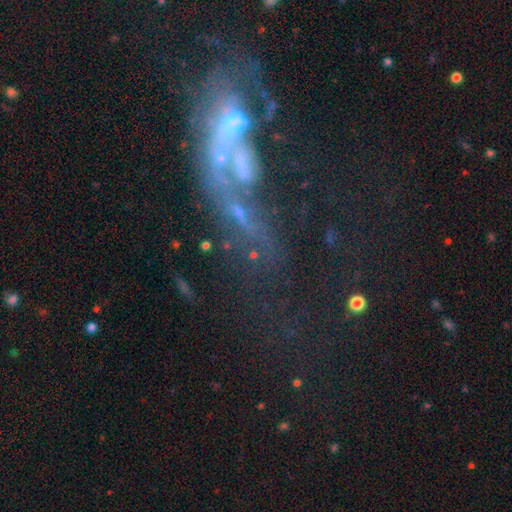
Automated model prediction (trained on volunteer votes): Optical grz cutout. It shows a featured or disk galaxy (55%). Merging: merger (35%).